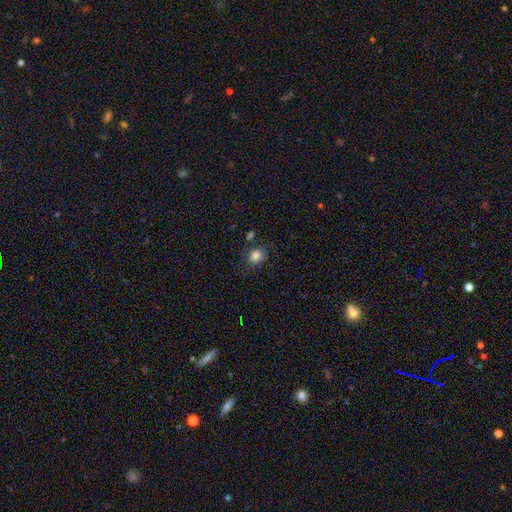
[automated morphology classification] smooth_or_featured: smooth (p=0.84) [alt: star or artifact p=0.11]
how_rounded: round (p=0.65) [alt: in between p=0.35]
merging: none (p=0.78) [alt: minor disturbance p=0.13]